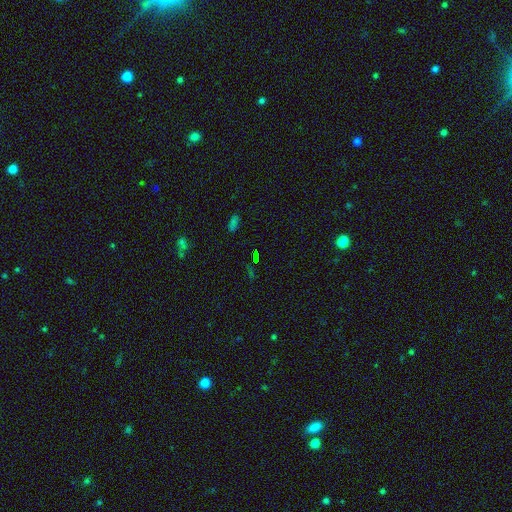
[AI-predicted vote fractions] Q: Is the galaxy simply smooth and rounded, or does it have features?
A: star or artifact — 64%.